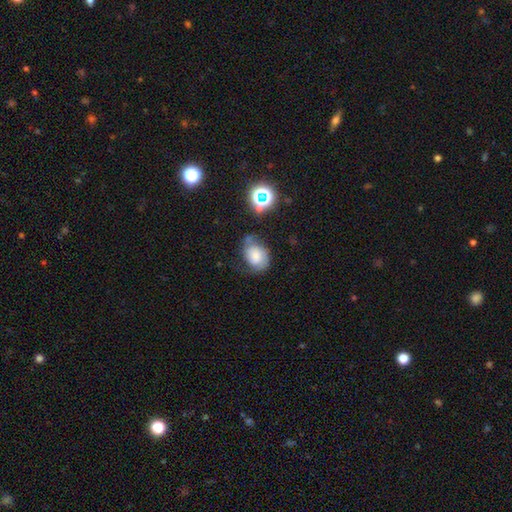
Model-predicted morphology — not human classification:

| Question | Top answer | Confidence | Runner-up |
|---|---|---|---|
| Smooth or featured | smooth | 54% | featured or disk (32%) |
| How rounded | in between | 64% | round (34%) |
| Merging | none | 45% | minor disturbance (31%) |